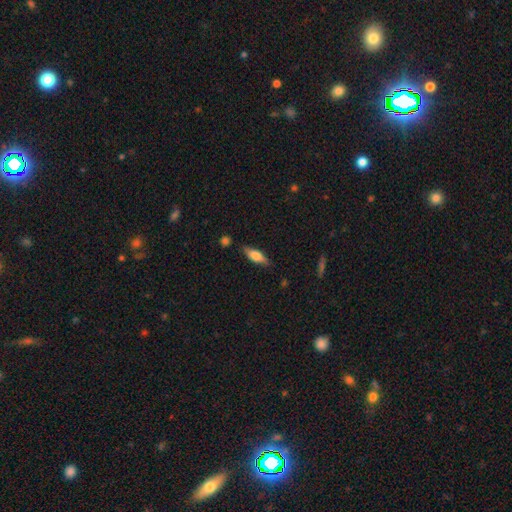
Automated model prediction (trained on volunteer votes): smooth 64%, featured or disk 30%, star or artifact 7%. Down the decision tree: how rounded — in between (57%); merging — none (80%).